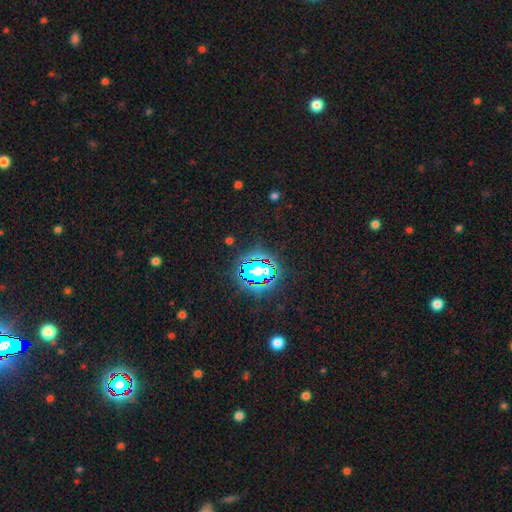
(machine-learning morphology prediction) A star or artifact, not a galaxy (83%).

Vote fractions:
- Smooth or featured? star or artifact: 83% / smooth: 10% / featured or disk: 7%